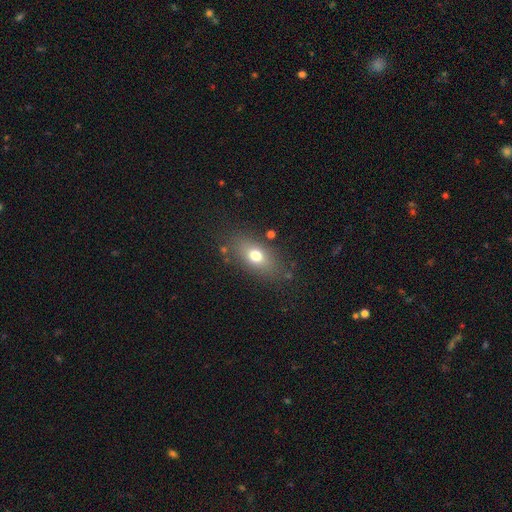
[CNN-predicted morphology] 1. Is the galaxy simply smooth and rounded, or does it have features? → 71% smooth, 18% featured or disk, 11% star or artifact.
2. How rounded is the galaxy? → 76% in between, 15% round, 9% cigar-shaped.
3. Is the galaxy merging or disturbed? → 80% none, 13% minor disturbance, 5% major disturbance, 2% merger.